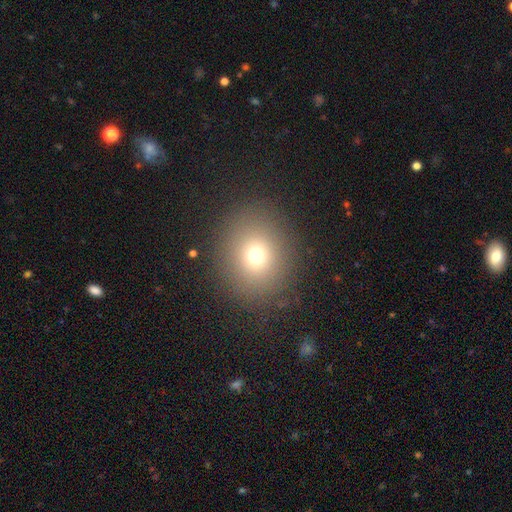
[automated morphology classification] Overall: smooth (71%). How rounded: round (80%). Merging: none (86%).